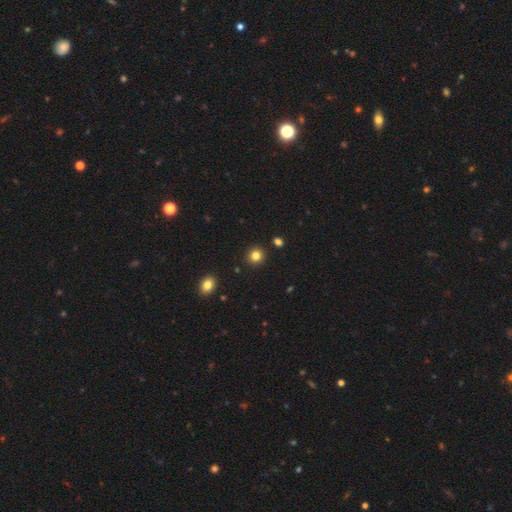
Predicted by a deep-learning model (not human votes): Smooth or featured? Predicted: smooth (p=0.83). How rounded? Predicted: round (p=0.90). Merging? Predicted: none (p=0.91).